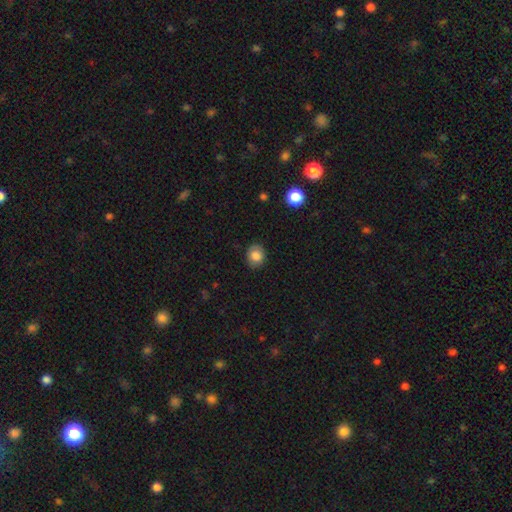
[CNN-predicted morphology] smooth 83%, star or artifact 9%, featured or disk 8%. Down the decision tree: how rounded — round (60%); merging — none (85%).